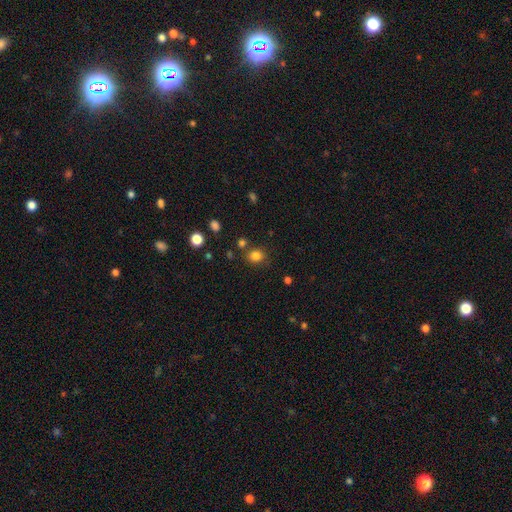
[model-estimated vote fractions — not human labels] The model was most divided on "how rounded": round: 71%, in between: 28%, cigar-shaped: 1%. More confident: smooth or featured — smooth (82%); merging — none (77%).